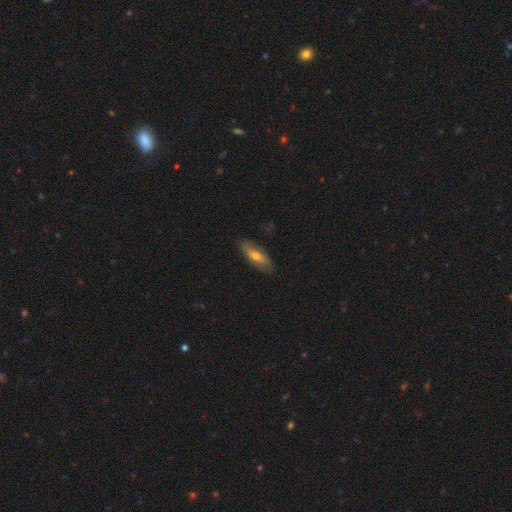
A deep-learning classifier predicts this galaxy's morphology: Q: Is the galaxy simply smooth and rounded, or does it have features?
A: smooth — 58%.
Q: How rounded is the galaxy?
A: in between — 56%.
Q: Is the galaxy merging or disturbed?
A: none — 82%.